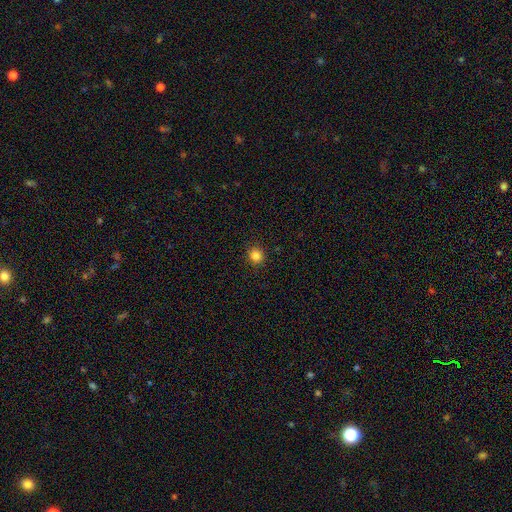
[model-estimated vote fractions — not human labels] Q: Smooth or featured?
A: smooth (84%); runner-up: star or artifact (12%)
Q: How rounded?
A: round (87%); runner-up: in between (12%)
Q: Merging?
A: none (91%); runner-up: minor disturbance (6%)